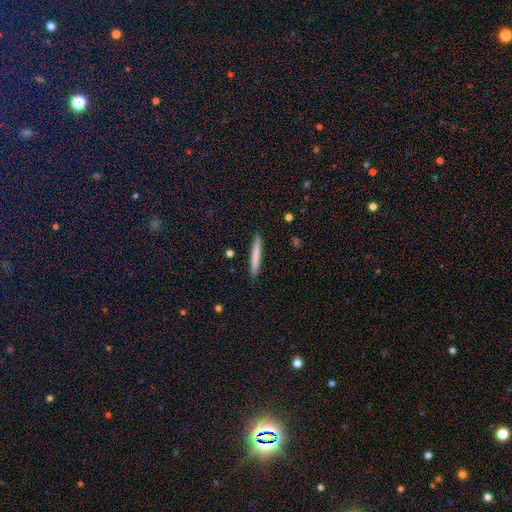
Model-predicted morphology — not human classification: smooth-or-featured: smooth: 74% | featured or disk: 20% | star or artifact: 6%
  how-rounded: cigar-shaped: 96% | in between: 3% | round: 1%
  merging: none: 90% | minor disturbance: 7% | major disturbance: 1% | merger: 1%